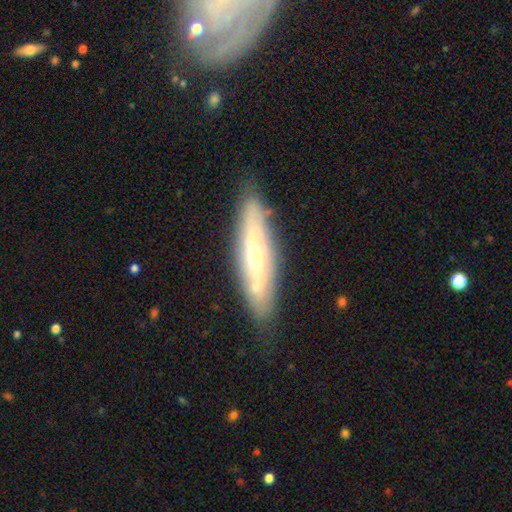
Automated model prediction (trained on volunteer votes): Q: Smooth or featured?
A: featured or disk (62%); runner-up: smooth (32%)
Q: Edge-on disk?
A: no (53%); runner-up: yes (47%)
Q: Merging?
A: none (81%); runner-up: minor disturbance (14%)